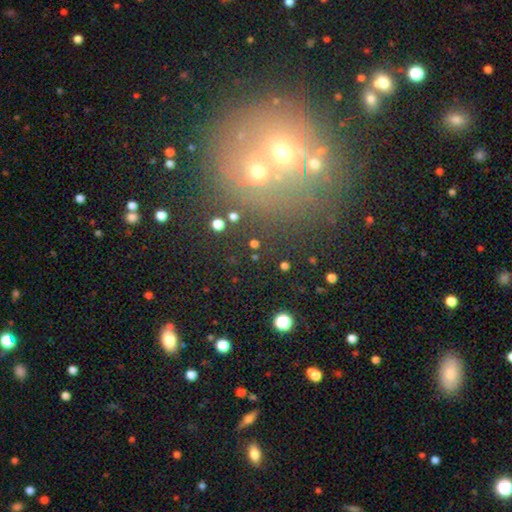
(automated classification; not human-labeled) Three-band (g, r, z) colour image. It shows a smooth galaxy with no disk features (41%). Merging: none (48%).